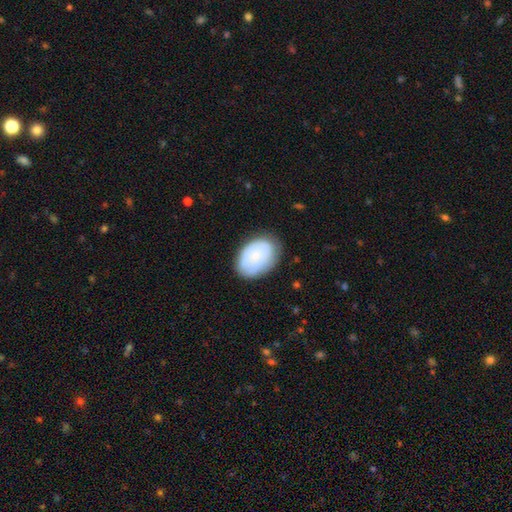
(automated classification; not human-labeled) smooth 63%, featured or disk 30%, star or artifact 6%. Down the decision tree: how rounded — in between (84%); merging — none (74%).